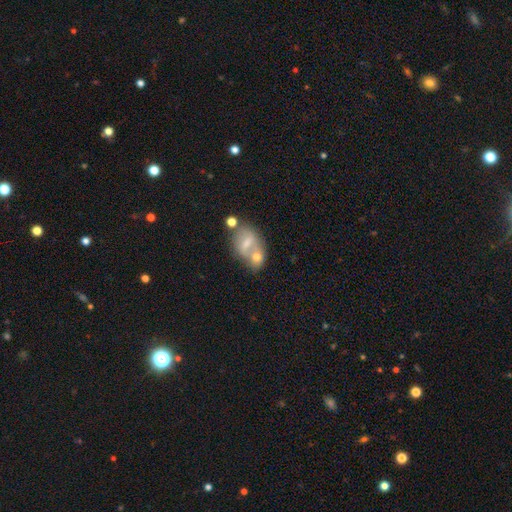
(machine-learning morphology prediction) Smooth or featured? smooth (46%)
Merging? merger (49%)